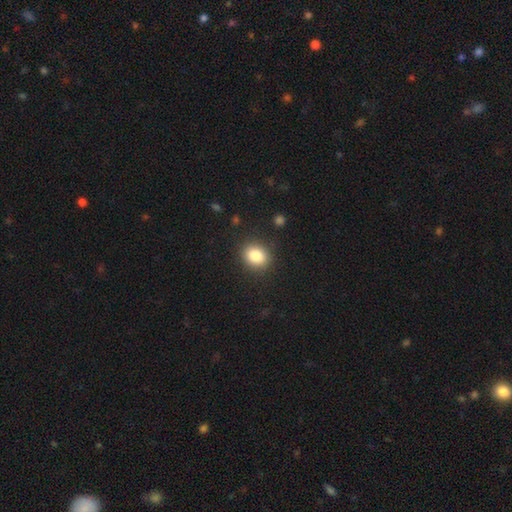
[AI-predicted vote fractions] smooth 84%, star or artifact 10%, featured or disk 6%. Down the decision tree: how rounded — round (60%); merging — none (87%).